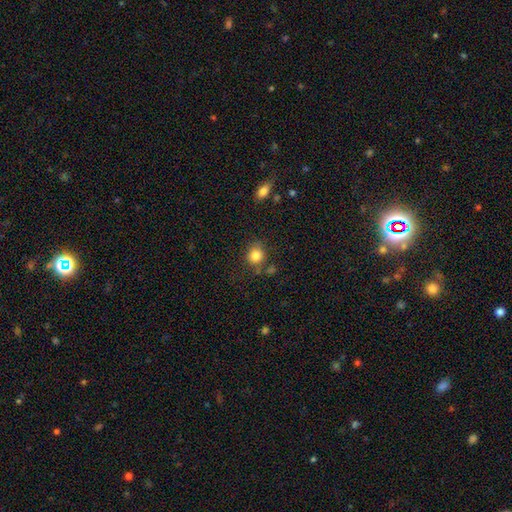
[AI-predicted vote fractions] Overall: smooth (84%). How rounded: round (78%). Merging: none (70%).